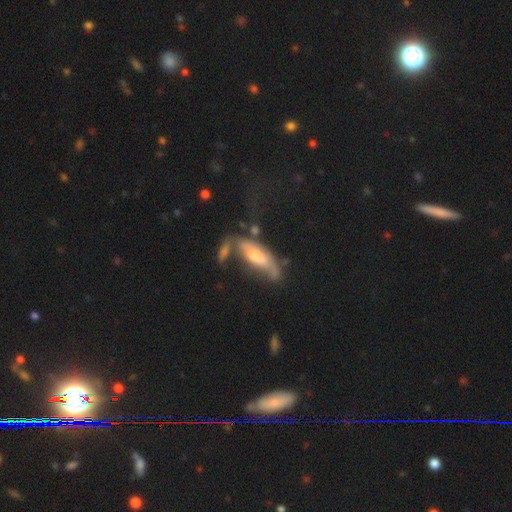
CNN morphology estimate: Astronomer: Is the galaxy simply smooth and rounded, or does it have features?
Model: featured or disk — 51% (runner-up: smooth, 42%).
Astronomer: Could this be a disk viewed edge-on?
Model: no — 65%.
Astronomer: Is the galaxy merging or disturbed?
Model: none — 36% (runner-up: minor disturbance, 23%).